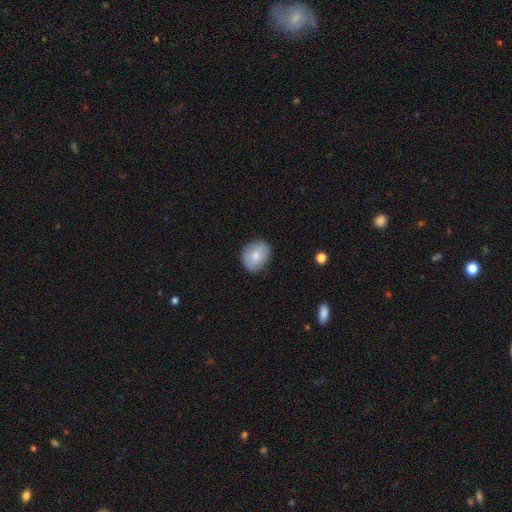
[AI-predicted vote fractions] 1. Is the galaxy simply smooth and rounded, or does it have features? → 73% smooth, 20% featured or disk, 7% star or artifact.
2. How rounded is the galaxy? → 55% round, 44% in between, 1% cigar-shaped.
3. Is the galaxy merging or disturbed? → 83% none, 13% minor disturbance, 3% major disturbance, 1% merger.